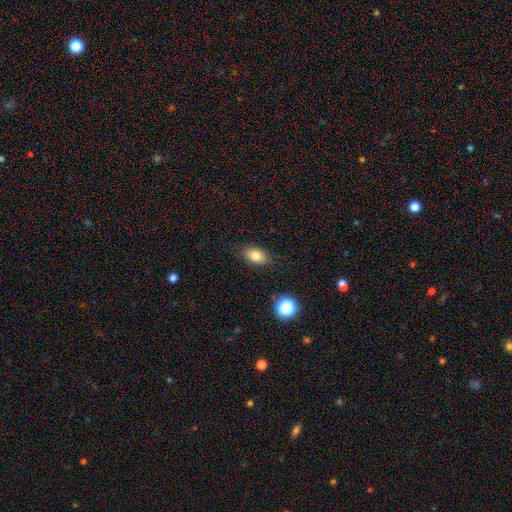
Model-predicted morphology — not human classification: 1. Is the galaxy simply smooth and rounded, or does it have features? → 81% smooth, 10% star or artifact, 9% featured or disk.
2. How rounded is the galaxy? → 85% in between, 13% round, 2% cigar-shaped.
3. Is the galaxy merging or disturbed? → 84% none, 11% minor disturbance, 3% major disturbance, 1% merger.